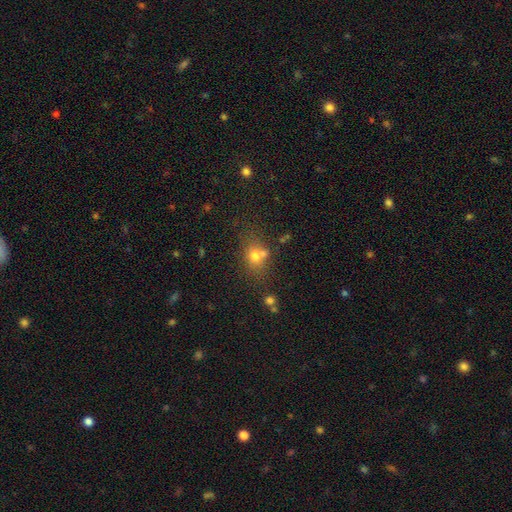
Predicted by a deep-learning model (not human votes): A smooth galaxy with no disk features (68%) that is round (58%).

Vote fractions:
- Smooth or featured? smooth: 68% / star or artifact: 17% / featured or disk: 15%
- How rounded? round: 58% / in between: 40% / cigar-shaped: 2%
- Merging? none: 51% / merger: 30% / minor disturbance: 13% / major disturbance: 6%